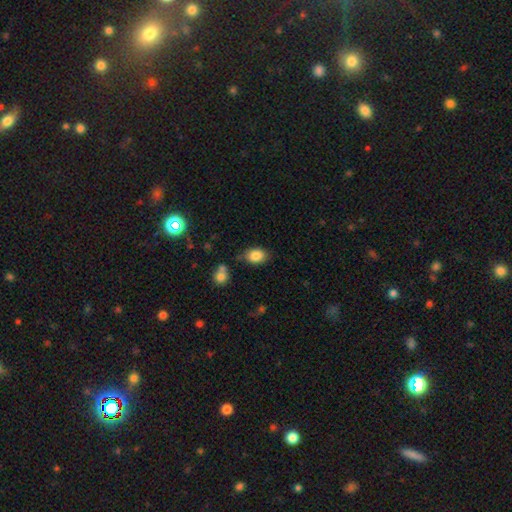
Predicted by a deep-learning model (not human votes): Overall: smooth (85%). How rounded: in between (76%). Merging: none (73%).